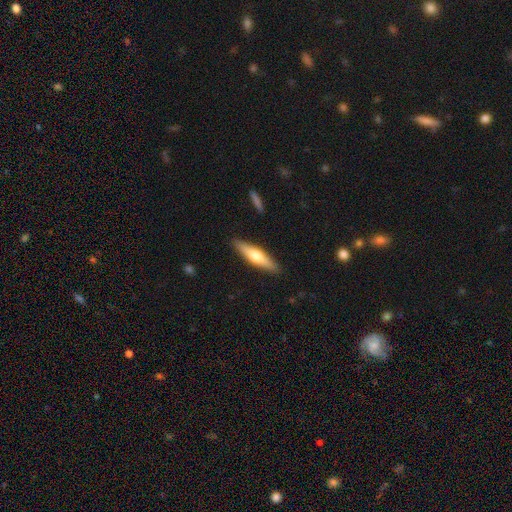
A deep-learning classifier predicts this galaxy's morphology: Smooth or featured? Predicted: smooth (p=0.47, tied with featured or disk). Merging? Predicted: none (p=0.89).